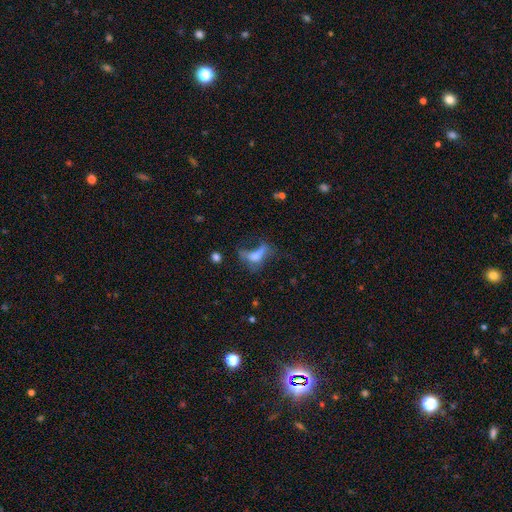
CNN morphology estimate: This appears to be a smooth galaxy with no disk features (42%, tied with featured or disk). Merging: major disturbance (49%).